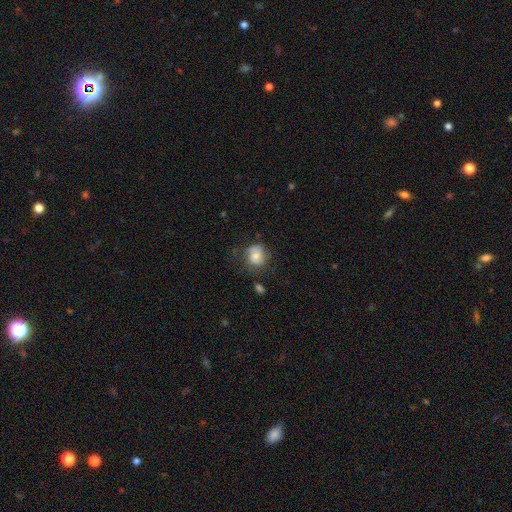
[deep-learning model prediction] smooth-or-featured: smooth: 69% | featured or disk: 22% | star or artifact: 9%
  how-rounded: round: 69% | in between: 30% | cigar-shaped: 1%
  merging: none: 51% | minor disturbance: 29% | major disturbance: 16% | merger: 3%